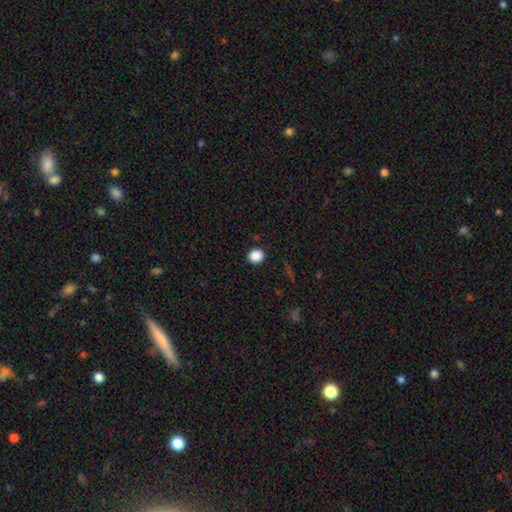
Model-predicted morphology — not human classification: Smooth or featured? smooth (87%)
How rounded? round (82%)
Merging? none (91%)